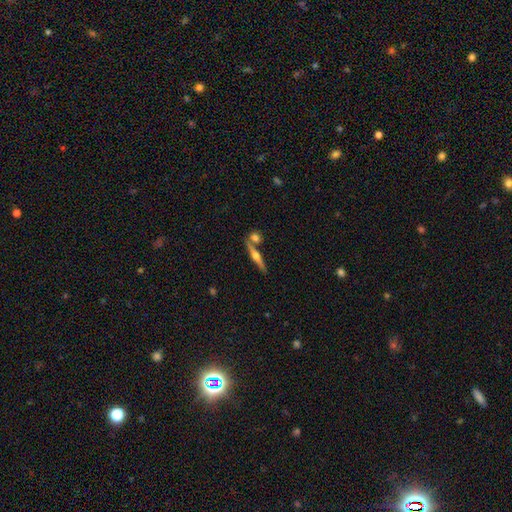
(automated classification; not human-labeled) smooth_or_featured: featured or disk (p=0.70) [alt: smooth p=0.23]
disk_edge_on: yes (p=0.97) [alt: no p=0.03]
edge_on_bulge: rounded (p=0.94) [alt: boxy p=0.03]
merging: none (p=0.75) [alt: merger p=0.15]